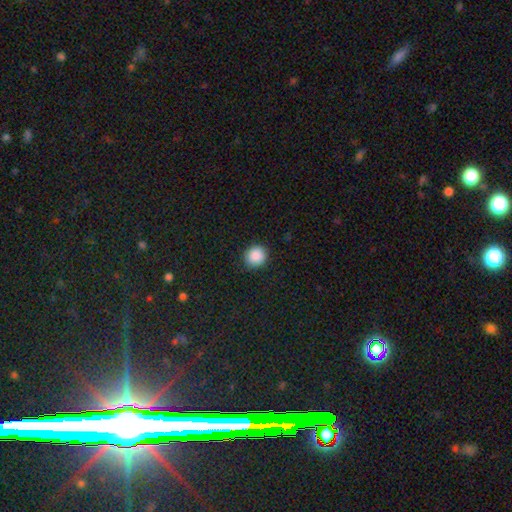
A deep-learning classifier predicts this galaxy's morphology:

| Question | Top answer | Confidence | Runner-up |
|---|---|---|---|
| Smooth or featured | smooth | 89% | star or artifact (9%) |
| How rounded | round | 83% | in between (16%) |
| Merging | none | 90% | minor disturbance (7%) |